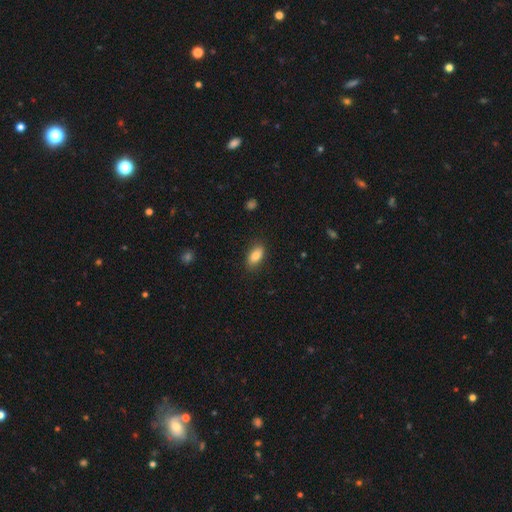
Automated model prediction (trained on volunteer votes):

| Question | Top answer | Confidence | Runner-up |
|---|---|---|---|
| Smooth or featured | smooth | 82% | featured or disk (11%) |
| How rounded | in between | 87% | cigar-shaped (9%) |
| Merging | none | 85% | minor disturbance (11%) |